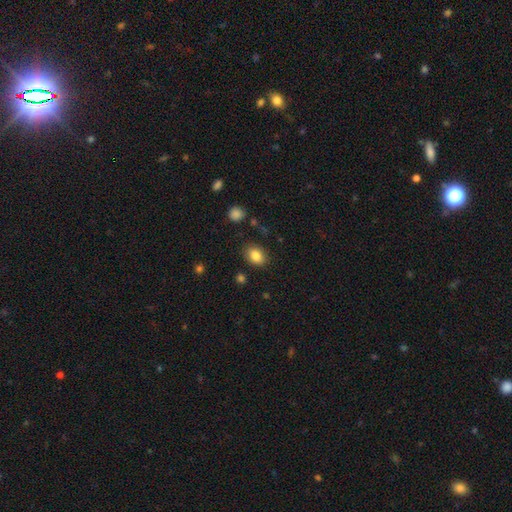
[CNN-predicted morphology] smooth_or_featured: smooth (p=0.85) [alt: star or artifact p=0.09]
how_rounded: in between (p=0.68) [alt: round p=0.31]
merging: none (p=0.85) [alt: minor disturbance p=0.10]